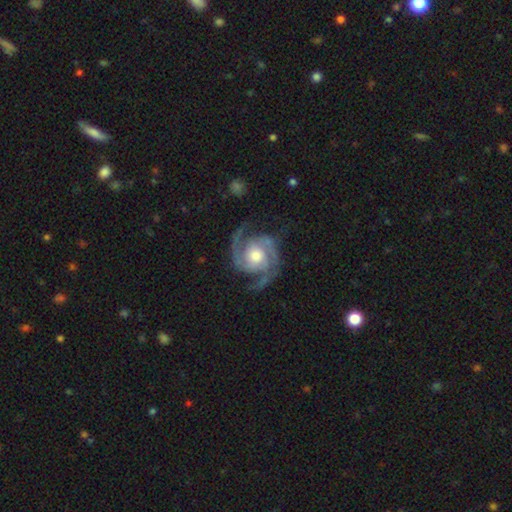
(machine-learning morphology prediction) Overall: featured or disk (93%). Edge-on disk: no (98%). Bar: no (72%). Spiral arms: yes (99%). Spiral arm count: 2 (77%). Spiral winding: medium (50%; tight 40%). Bulge size: moderate (65%). Merging: none (76%).